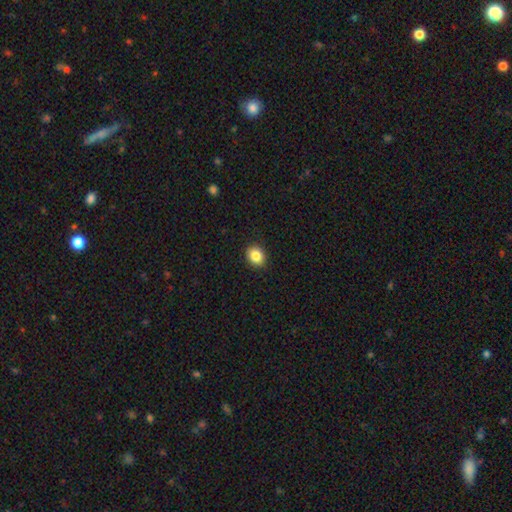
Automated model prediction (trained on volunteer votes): Smooth or featured?
  - smooth: 86% *
  - star or artifact: 9%
  - featured or disk: 5%
How rounded?
  - round: 58% *
  - in between: 41%
  - cigar-shaped: 1%
Merging?
  - none: 91% *
  - minor disturbance: 6%
  - major disturbance: 2%
  - merger: 1%